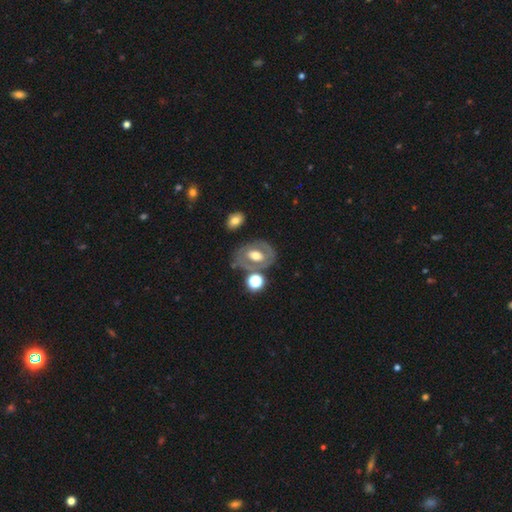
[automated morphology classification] Overall: featured or disk (59%; smooth 33%). Edge-on disk: no (93%). Bar: no (56%; weak 29%). Spiral arms: no (69%; yes 31%). Bulge size: moderate (66%). Merging: none (64%).